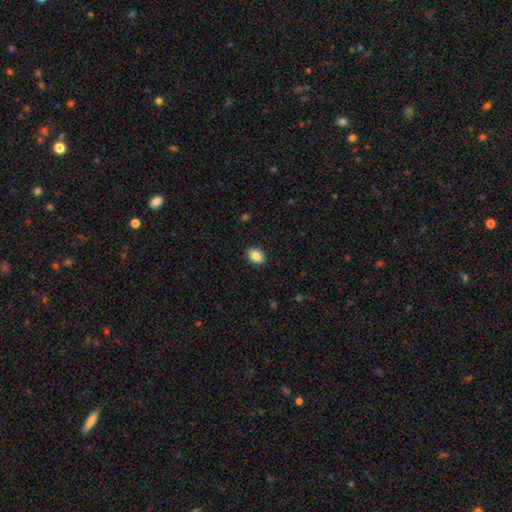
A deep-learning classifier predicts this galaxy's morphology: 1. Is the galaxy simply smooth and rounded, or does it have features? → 87% smooth, 8% star or artifact, 5% featured or disk.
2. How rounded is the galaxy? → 79% in between, 20% round, 1% cigar-shaped.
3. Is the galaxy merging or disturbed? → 89% none, 8% minor disturbance, 2% major disturbance, 1% merger.